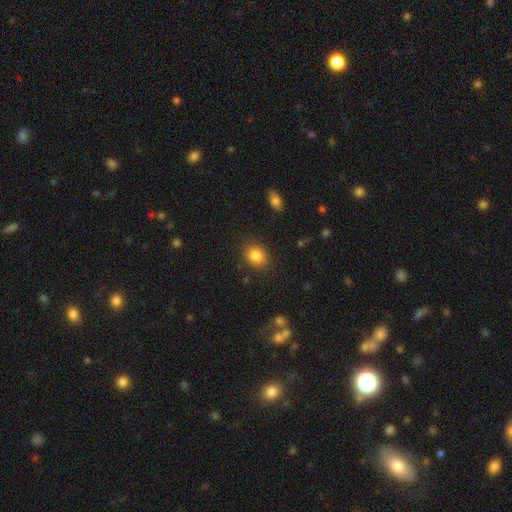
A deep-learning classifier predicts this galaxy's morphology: smooth-or-featured: smooth: 84% | star or artifact: 9% | featured or disk: 6%
  how-rounded: in between: 56% | round: 43% | cigar-shaped: 1%
  merging: none: 86% | minor disturbance: 10% | major disturbance: 3% | merger: 2%